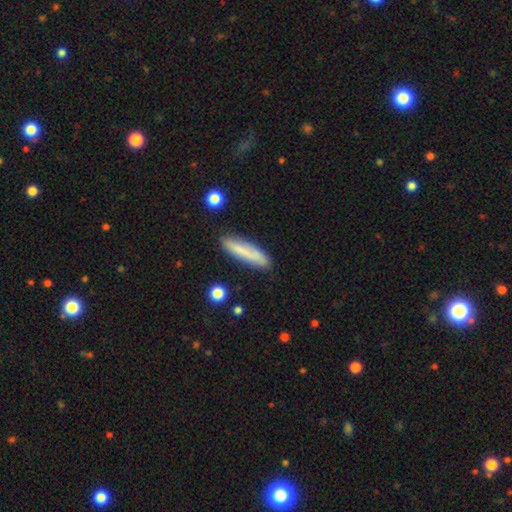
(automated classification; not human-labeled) A smooth galaxy with no disk features (74%) that is cigar-shaped (76%). Merging: none (78%).